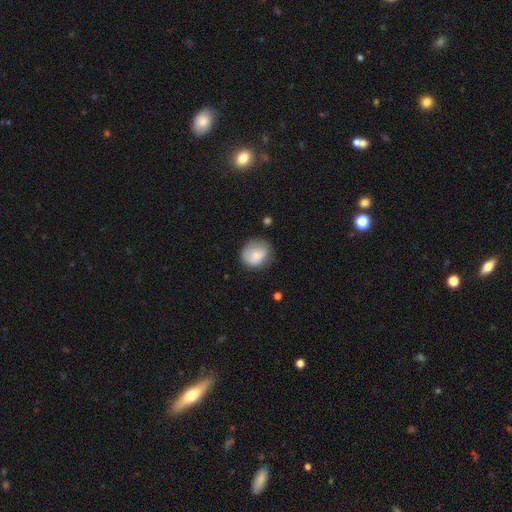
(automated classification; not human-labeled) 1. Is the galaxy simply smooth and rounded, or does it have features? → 81% smooth, 11% featured or disk, 8% star or artifact.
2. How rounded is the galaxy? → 67% round, 32% in between, 1% cigar-shaped.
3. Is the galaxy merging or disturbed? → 66% none, 24% minor disturbance, 8% major disturbance, 2% merger.